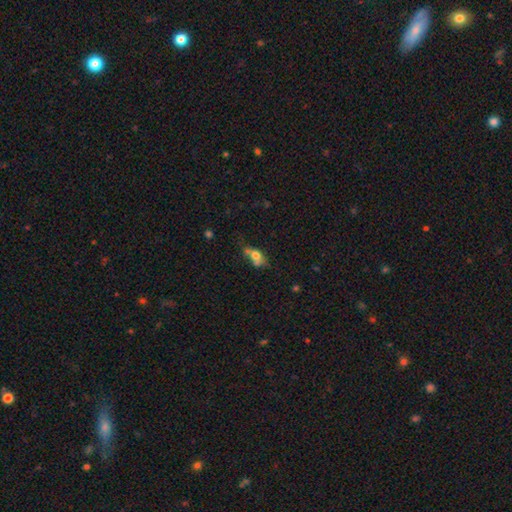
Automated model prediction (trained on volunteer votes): A smooth galaxy with no disk features (60%) that is in between round and cigar-shaped (71%).

Vote fractions:
- Smooth or featured? smooth: 60% / featured or disk: 28% / star or artifact: 11%
- How rounded? in between: 71% / round: 16% / cigar-shaped: 13%
- Merging? none: 36% / merger: 29% / minor disturbance: 22% / major disturbance: 13%